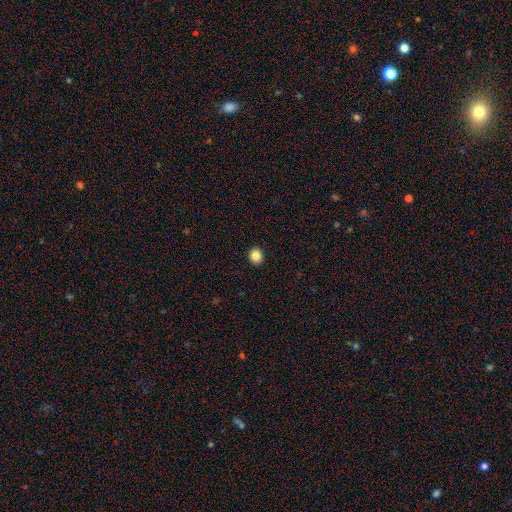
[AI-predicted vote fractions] Overall: smooth (85%). How rounded: round (72%). Merging: none (92%).